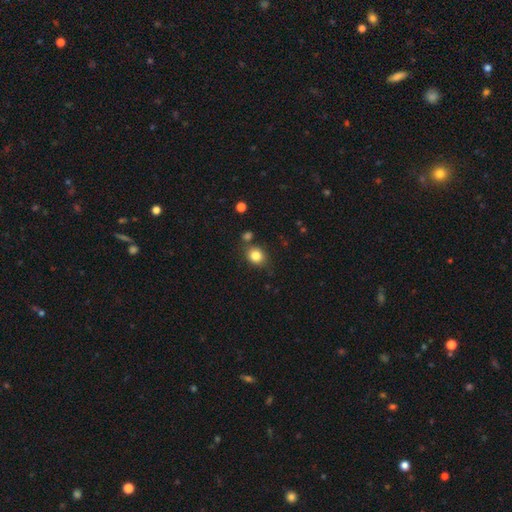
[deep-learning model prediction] The model was most divided on "how rounded": round: 65%, in between: 35%, cigar-shaped: 1%. More confident: smooth or featured — smooth (82%); merging — none (74%).